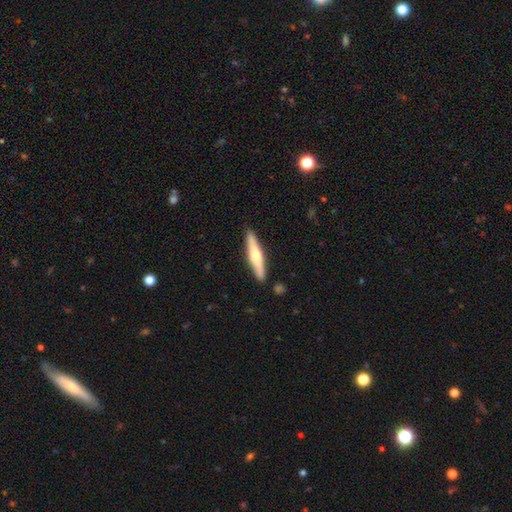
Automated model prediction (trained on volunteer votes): Overall: featured or disk (48%; smooth 47%). Merging: none (89%).